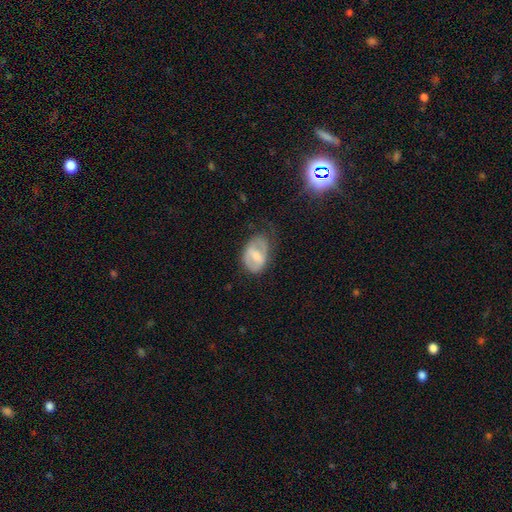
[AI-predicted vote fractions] This is possibly a featured or disk galaxy (47%). Merging: marginally none (44%).